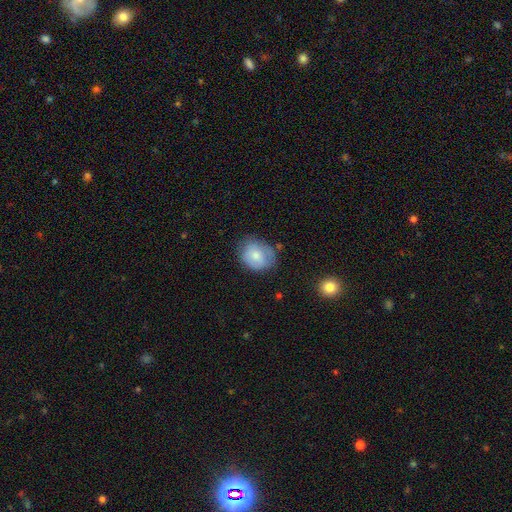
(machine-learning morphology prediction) type=smooth (73%); roundness=round (55%); merging=none (61%).